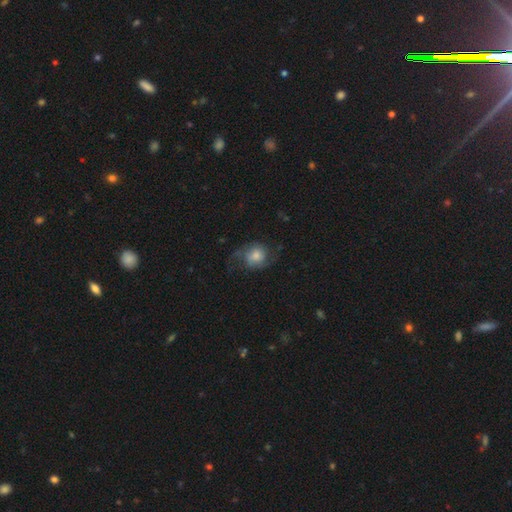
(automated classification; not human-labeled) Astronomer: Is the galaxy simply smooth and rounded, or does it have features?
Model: featured or disk — 54% (runner-up: smooth, 38%).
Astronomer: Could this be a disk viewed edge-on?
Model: no — 97%.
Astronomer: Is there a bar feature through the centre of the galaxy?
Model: no — 71%.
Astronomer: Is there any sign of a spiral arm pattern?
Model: yes — 86%.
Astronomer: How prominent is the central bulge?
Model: moderate — 42% (runner-up: small, 25%).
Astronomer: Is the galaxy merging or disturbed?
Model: none — 54%.